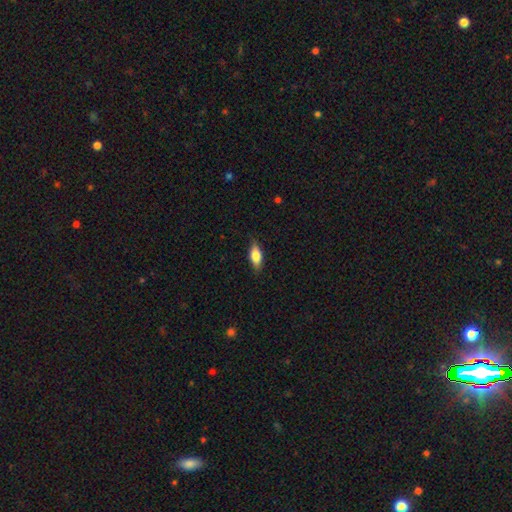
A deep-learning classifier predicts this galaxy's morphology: This is likely a smooth galaxy (70%). How rounded: likely in between (77%). Merging: clearly none (84%).